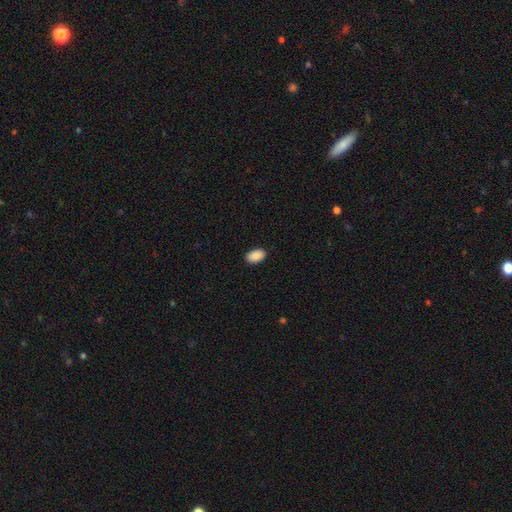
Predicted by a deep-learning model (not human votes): Q: Smooth or featured?
A: smooth (91%); runner-up: star or artifact (7%)
Q: How rounded?
A: in between (92%); runner-up: round (7%)
Q: Merging?
A: none (89%); runner-up: minor disturbance (8%)